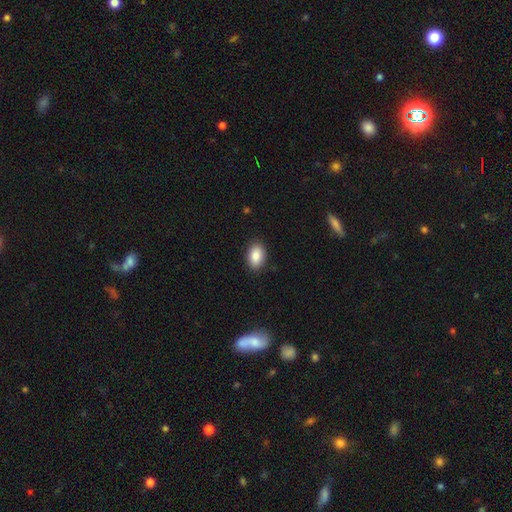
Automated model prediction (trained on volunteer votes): This is clearly a smooth galaxy (88%). How rounded: clearly in between (88%). Merging: clearly none (88%).